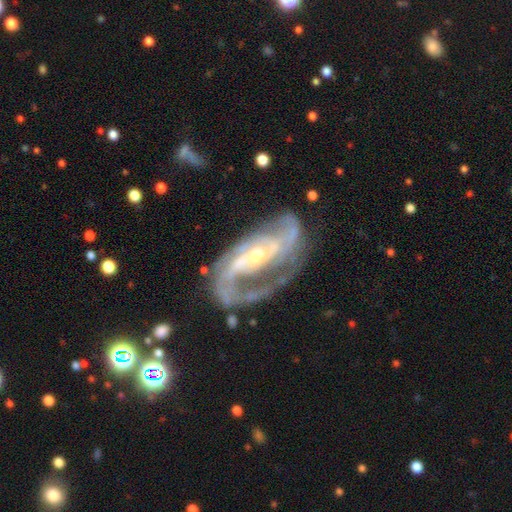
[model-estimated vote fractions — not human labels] A featured or disk galaxy (90%) with a weak bar (38%), 2 (67%) medium (50%) spiral arms (97%) and a small central bulge (48%). Merging: none (62%).